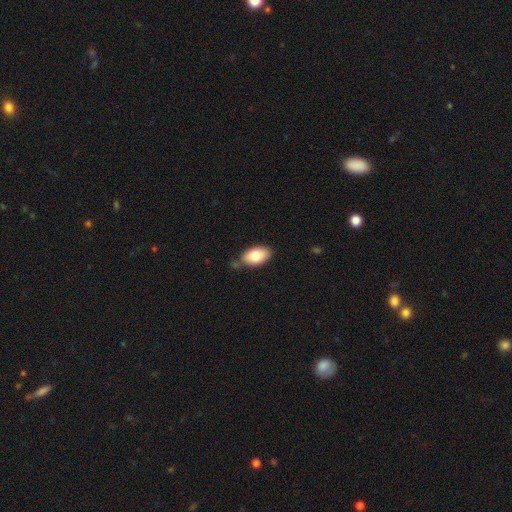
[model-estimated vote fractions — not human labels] Overall: smooth (79%). How rounded: in between (93%). Merging: none (73%).